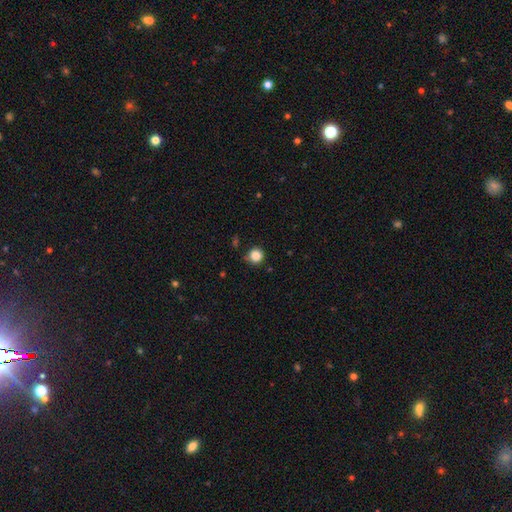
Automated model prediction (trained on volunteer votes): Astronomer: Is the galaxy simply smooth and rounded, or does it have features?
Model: smooth — 86%.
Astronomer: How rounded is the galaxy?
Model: round — 94%.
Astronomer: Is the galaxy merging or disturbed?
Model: none — 79%.